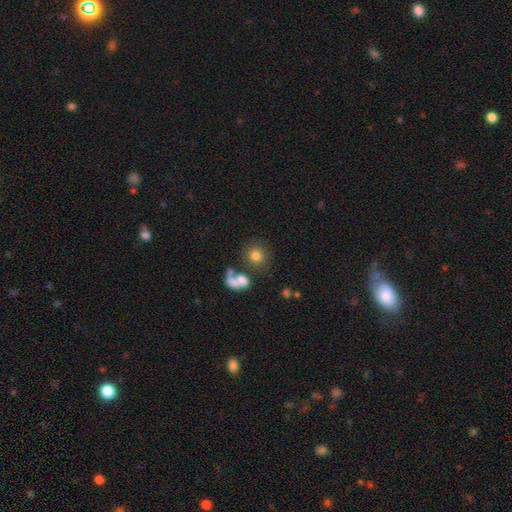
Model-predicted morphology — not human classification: This is likely a smooth galaxy (76%). How rounded: clearly round (81%). Merging: likely none (60%).